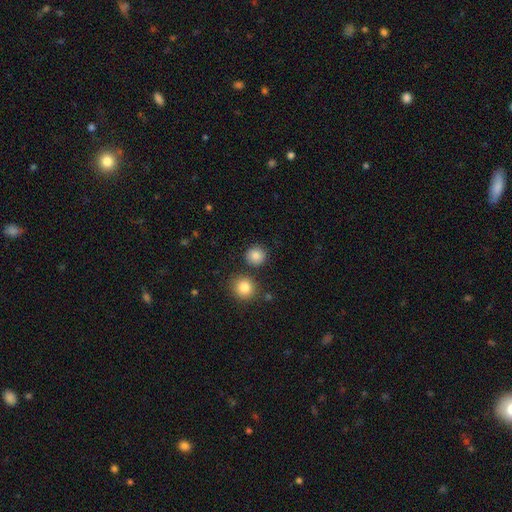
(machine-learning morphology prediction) This appears to be a smooth galaxy with no disk features (85%) that is round (92%). Merging: none (84%).